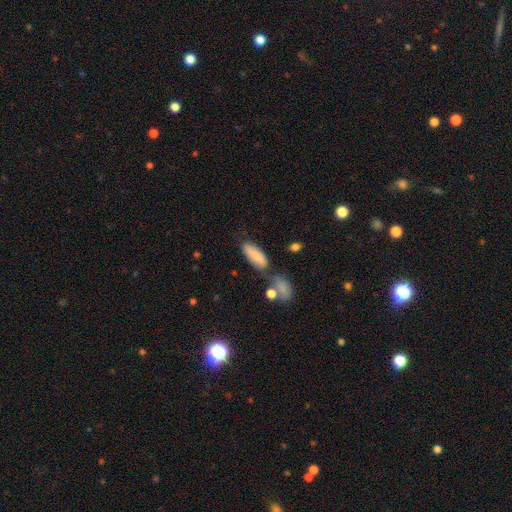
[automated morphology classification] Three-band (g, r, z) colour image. It shows a smooth galaxy with no disk features (79%) that is in between round and cigar-shaped (77%). Merging: none (59%).